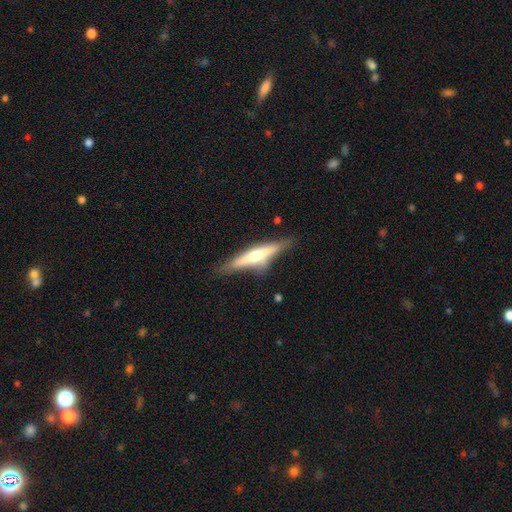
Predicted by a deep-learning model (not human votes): A featured or disk galaxy (56%) viewed edge-on (94%) with a rounded central bulge (82%).

Vote fractions:
- Smooth or featured? featured or disk: 56% / smooth: 38% / star or artifact: 6%
- Edge-on disk? yes: 94% / no: 6%
- Edge-on bulge? rounded: 82% / none: 10% / boxy: 8%
- Merging? none: 75% / minor disturbance: 17% / major disturbance: 5% / merger: 3%